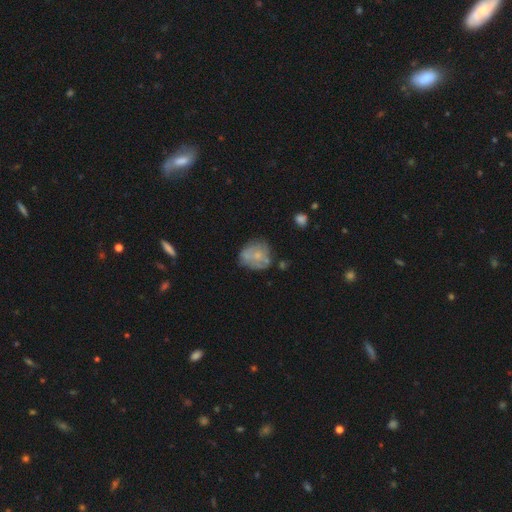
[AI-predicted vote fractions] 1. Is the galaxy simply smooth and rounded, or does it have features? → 51% smooth, 40% featured or disk, 9% star or artifact.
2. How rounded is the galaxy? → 69% round, 30% in between, 1% cigar-shaped.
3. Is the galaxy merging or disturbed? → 51% none, 27% minor disturbance, 14% major disturbance, 8% merger.